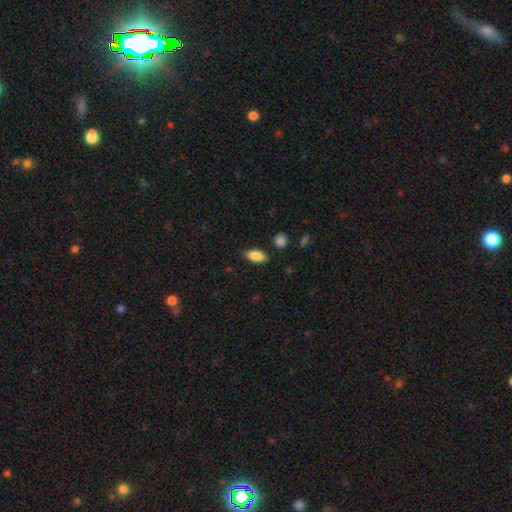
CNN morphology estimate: Q: Smooth or featured?
A: smooth (86%); runner-up: star or artifact (7%)
Q: How rounded?
A: in between (89%); runner-up: cigar-shaped (8%)
Q: Merging?
A: none (84%); runner-up: minor disturbance (11%)